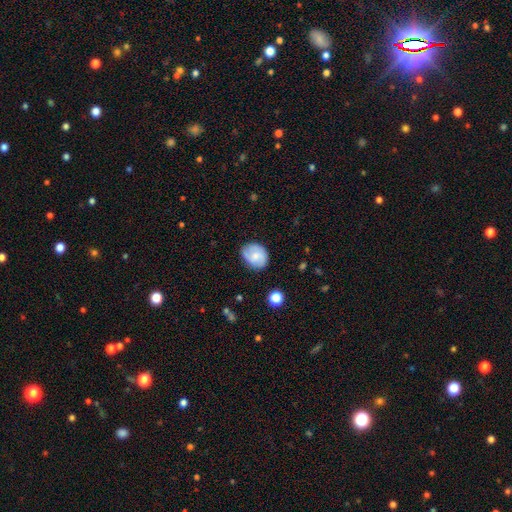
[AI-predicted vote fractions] This appears to be a smooth galaxy with no disk features (52%) that is in between round and cigar-shaped (50%). Merging: none (73%).